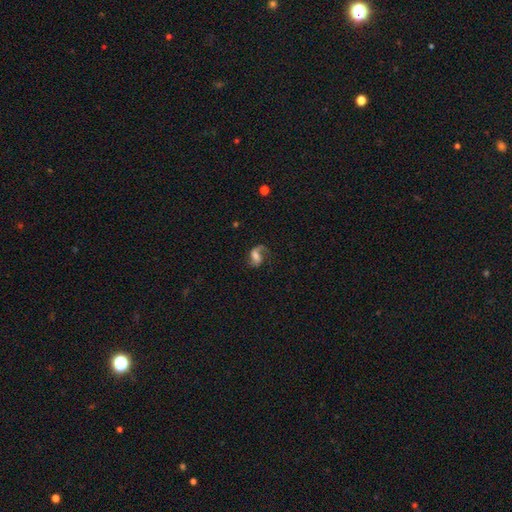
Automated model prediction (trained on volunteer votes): Overall: featured or disk (65%; smooth 26%). Edge-on disk: no (97%). Bar: weak (43%; no 35%). Spiral arms: yes (91%). Spiral arm count: 2 (57%; 1 38%). Spiral winding: loose (56%; medium 35%). Bulge size: moderate (35%; small 24%). Merging: none (52%; major disturbance 26%).